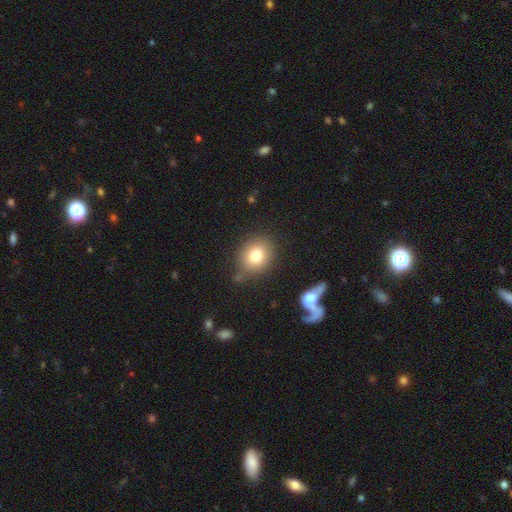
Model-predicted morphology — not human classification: Smooth or featured?
  - smooth: 79% *
  - featured or disk: 11%
  - star or artifact: 10%
How rounded?
  - round: 64% *
  - in between: 35%
  - cigar-shaped: 1%
Merging?
  - none: 74% *
  - minor disturbance: 14%
  - merger: 6%
  - major disturbance: 5%